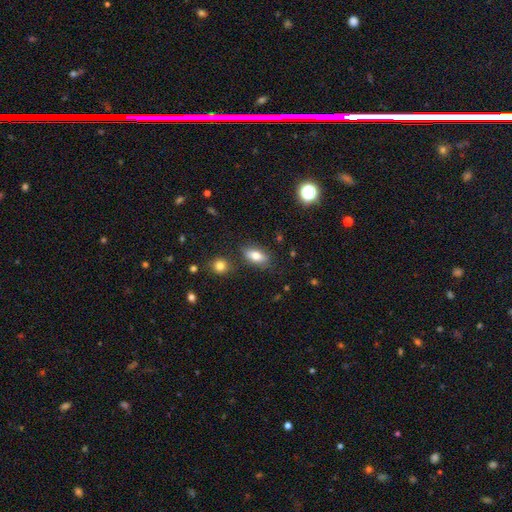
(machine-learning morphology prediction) Smooth or featured? Predicted: smooth (p=0.77). How rounded? Predicted: in between (p=0.83). Merging? Predicted: none (p=0.79).